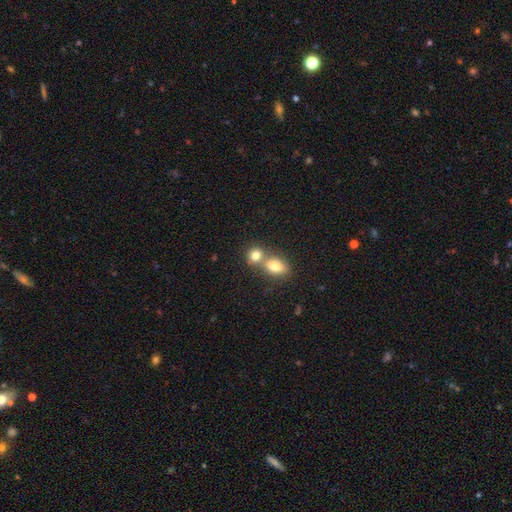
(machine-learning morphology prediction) The model was most divided on "merging": merger: 55%, none: 36%, minor disturbance: 6%, major disturbance: 3%. More confident: smooth or featured — smooth (79%); how rounded — round (62%).